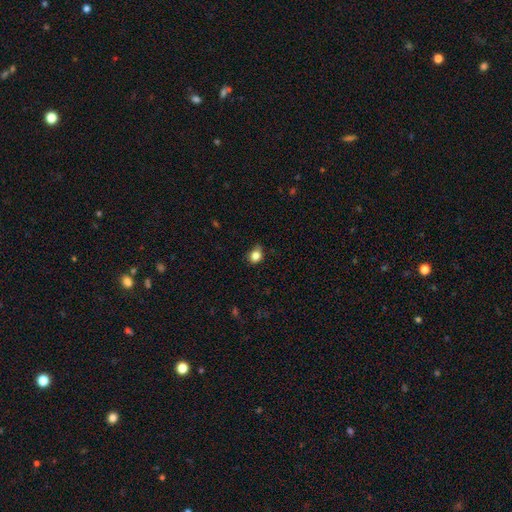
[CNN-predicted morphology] This is clearly a smooth galaxy (83%). How rounded: possibly round (59%). Merging: likely none (64%).